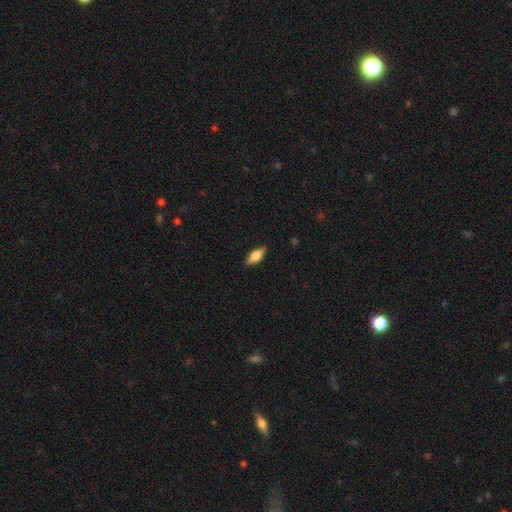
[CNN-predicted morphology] Smooth or featured? Predicted: smooth (p=0.55). How rounded? Predicted: in between (p=0.75). Merging? Predicted: none (p=0.85).